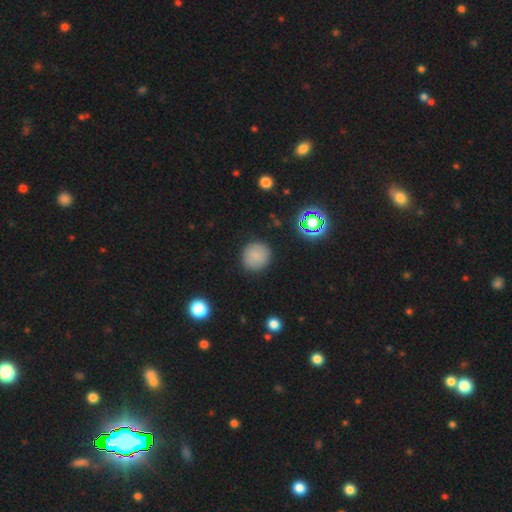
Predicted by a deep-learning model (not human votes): Morphology: type=smooth (81%); roundness=round (92%); merging=none (89%).